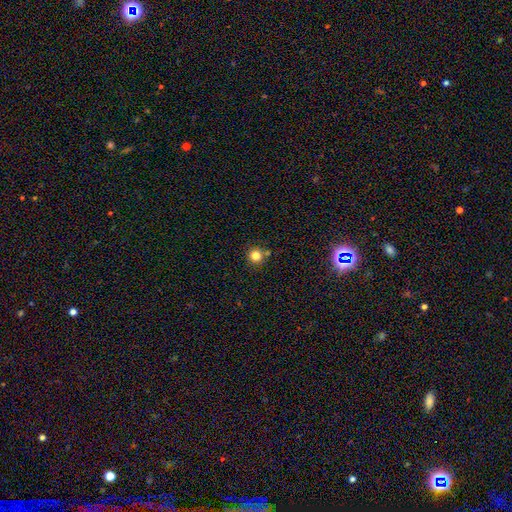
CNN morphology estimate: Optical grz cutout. It shows a smooth galaxy with no disk features (81%) that is round (94%). Merging: none (80%).